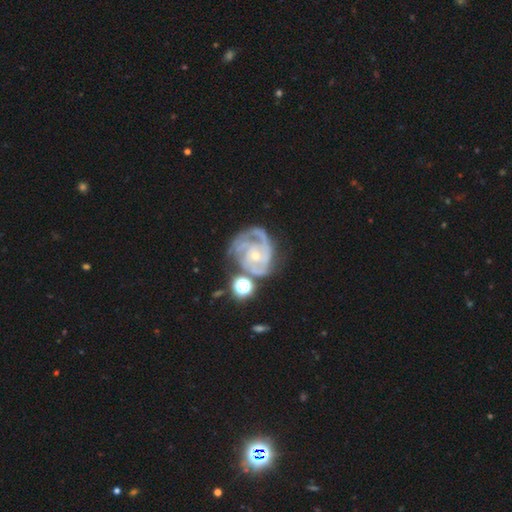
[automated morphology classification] Smooth or featured?
  - featured or disk: 89% *
  - star or artifact: 6%
  - smooth: 5%
Edge-on disk?
  - no: 98% *
  - yes: 2%
Bar?
  - no: 71% *
  - weak: 23%
  - strong: 6%
Spiral arms?
  - yes: 97% *
  - no: 3%
Spiral winding?
  - tight: 57% *
  - medium: 36%
  - loose: 7%
Spiral arm count?
  - 3: 44% *
  - 2: 24%
  - can't tell: 14%
  - 4: 8%
  - 1: 5%
  - more than 4: 5%
Bulge size?
  - small: 69% *
  - moderate: 28%
  - none: 2%
  - large: 1%
  - dominant: 1%
Merging?
  - none: 51% *
  - minor disturbance: 23%
  - major disturbance: 16%
  - merger: 9%